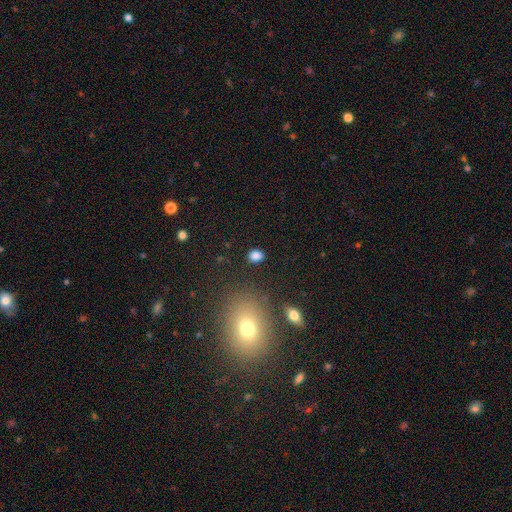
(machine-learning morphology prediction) smooth_or_featured: smooth (p=0.83) [alt: star or artifact p=0.12]
how_rounded: in between (p=0.62) [alt: round p=0.37]
merging: none (p=0.84) [alt: minor disturbance p=0.10]